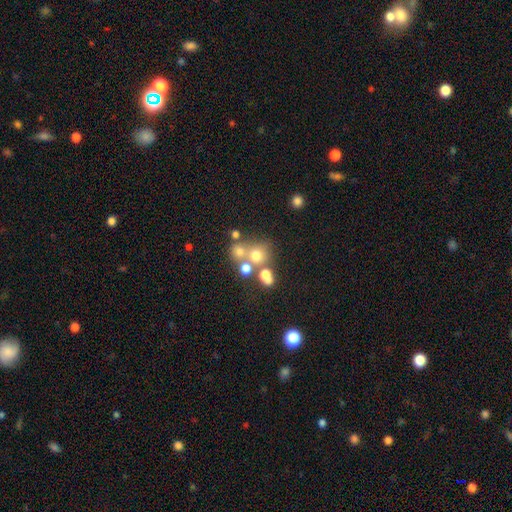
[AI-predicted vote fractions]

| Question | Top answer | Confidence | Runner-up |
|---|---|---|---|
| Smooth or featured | smooth | 62% | featured or disk (19%) |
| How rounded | round | 78% | in between (21%) |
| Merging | none | 46% | merger (39%) |